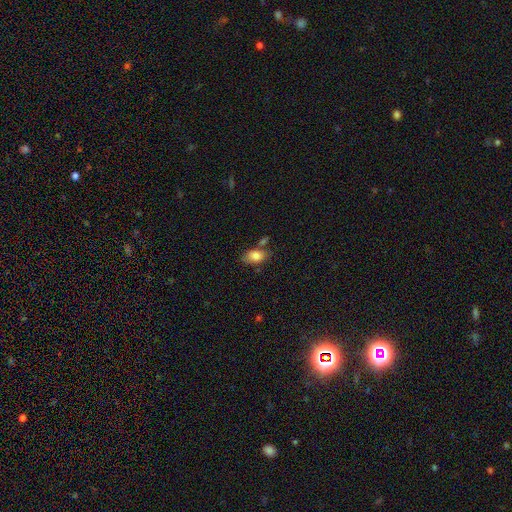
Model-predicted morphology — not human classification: Smooth or featured?
  - smooth: 81% *
  - featured or disk: 11%
  - star or artifact: 8%
How rounded?
  - in between: 87% *
  - round: 11%
  - cigar-shaped: 3%
Merging?
  - none: 62% *
  - minor disturbance: 19%
  - merger: 14%
  - major disturbance: 5%